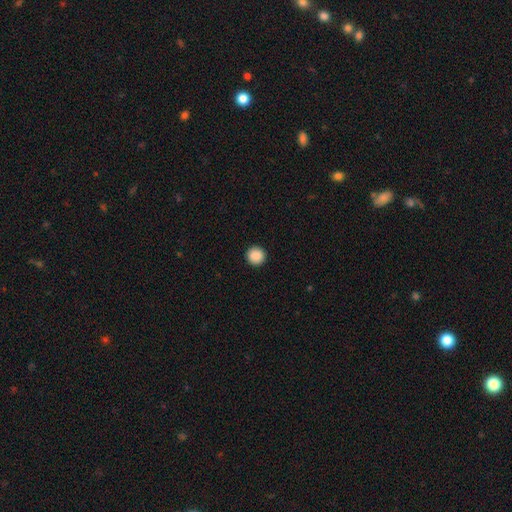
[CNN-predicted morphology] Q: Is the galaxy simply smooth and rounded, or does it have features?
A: smooth — 89%.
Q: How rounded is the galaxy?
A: round — 96%.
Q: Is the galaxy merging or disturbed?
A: none — 93%.